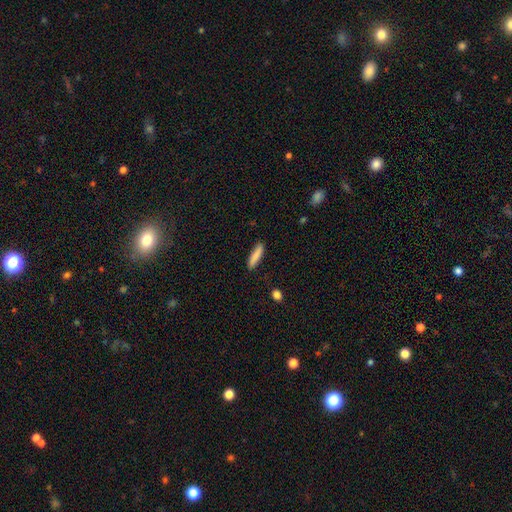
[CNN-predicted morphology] This appears to be a smooth galaxy with no disk features (84%) that is cigar-shaped (79%). Merging: none (87%).